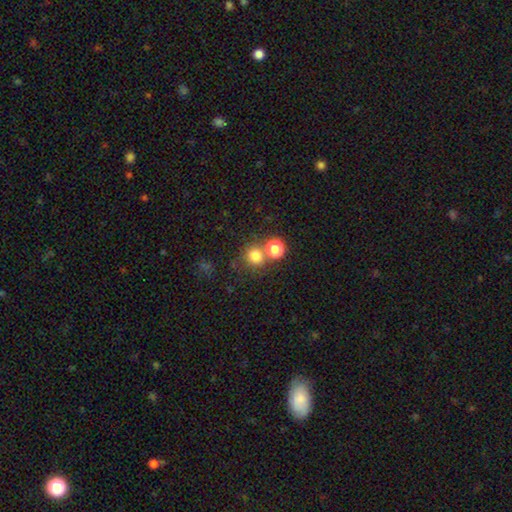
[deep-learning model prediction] Smooth or featured? smooth (76%)
How rounded? round (87%)
Merging? none (62%)